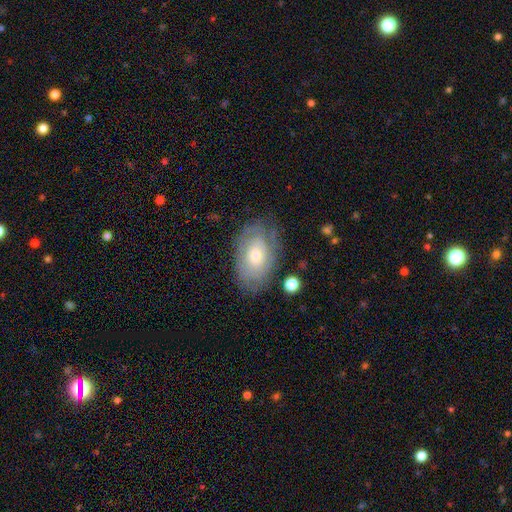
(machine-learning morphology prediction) Smooth or featured?
  - featured or disk: 54% *
  - smooth: 38%
  - star or artifact: 7%
Edge-on disk?
  - no: 93% *
  - yes: 7%
Bar?
  - no: 82% *
  - weak: 15%
  - strong: 3%
Spiral arms?
  - yes: 63% *
  - no: 37%
Bulge size?
  - moderate: 48% *
  - small: 45%
  - large: 5%
  - none: 1%
  - dominant: 1%
Merging?
  - none: 72% *
  - minor disturbance: 19%
  - major disturbance: 7%
  - merger: 2%